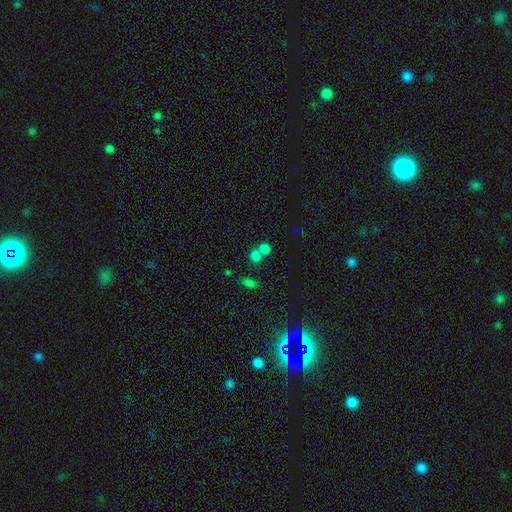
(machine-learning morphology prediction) This is likely a smooth galaxy (74%). How rounded: likely round (62%). Merging: possibly merger (45%).